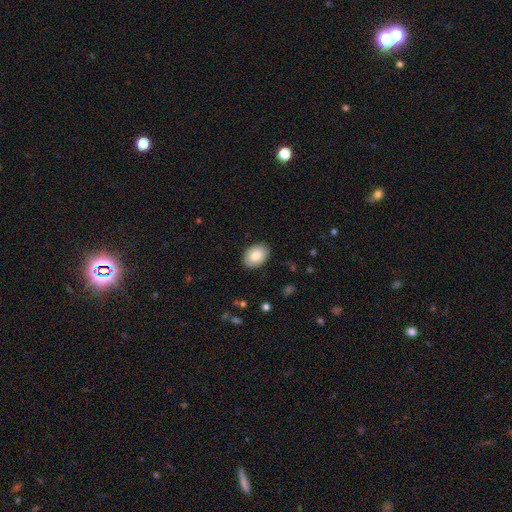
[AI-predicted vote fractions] Smooth or featured? smooth (82%)
How rounded? in between (86%)
Merging? none (88%)